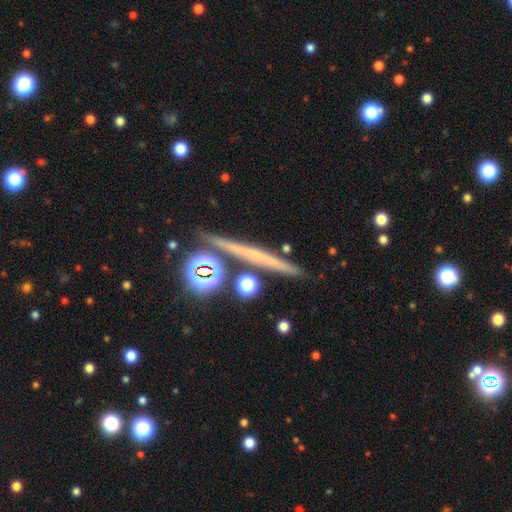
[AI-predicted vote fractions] smooth_or_featured: featured or disk (p=0.49) [alt: smooth p=0.31]
merging: none (p=0.83) [alt: minor disturbance p=0.08]